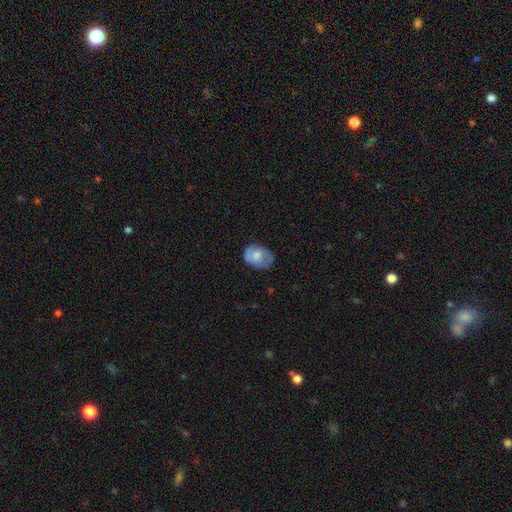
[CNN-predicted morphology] Smooth or featured? smooth (51%)
How rounded? in between (66%)
Merging? none (64%)